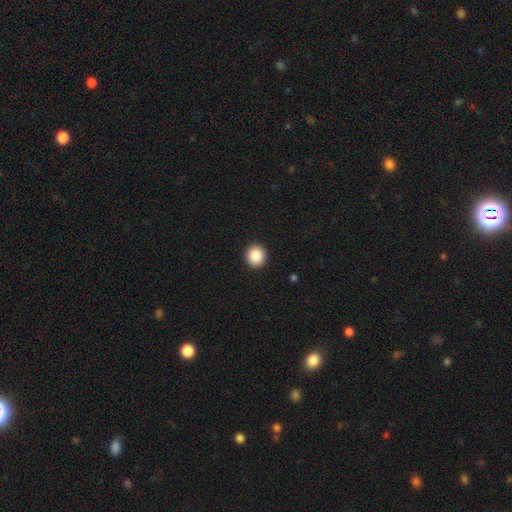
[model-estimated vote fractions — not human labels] Smooth or featured: smooth — 89% (star or artifact — 8%)
How rounded: round — 90% (in between — 9%)
Merging: none — 93% (minor disturbance — 5%)